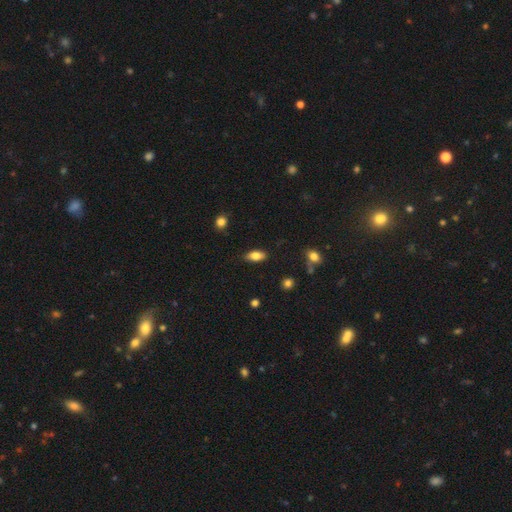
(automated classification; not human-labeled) A smooth galaxy with no disk features (81%) that is in between round and cigar-shaped (88%). Merging: none (84%).